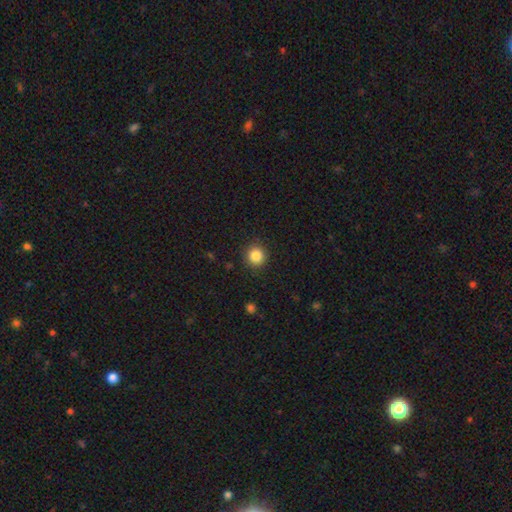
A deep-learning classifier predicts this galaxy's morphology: Smooth or featured: smooth — 85% (star or artifact — 10%)
How rounded: round — 94% (in between — 6%)
Merging: none — 91% (minor disturbance — 6%)